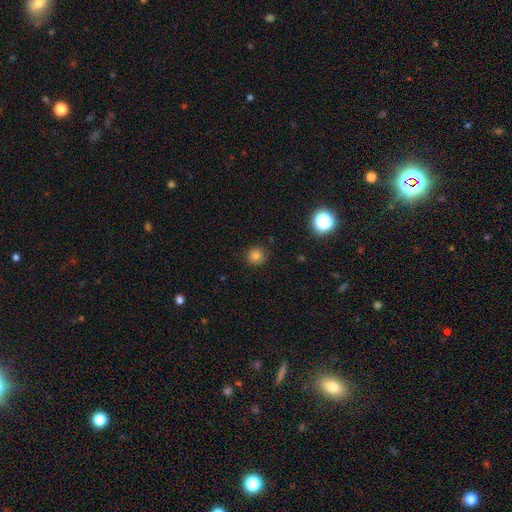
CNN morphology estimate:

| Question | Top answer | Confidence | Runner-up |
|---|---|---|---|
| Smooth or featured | smooth | 81% | star or artifact (14%) |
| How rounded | round | 93% | in between (6%) |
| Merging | none | 87% | minor disturbance (9%) |